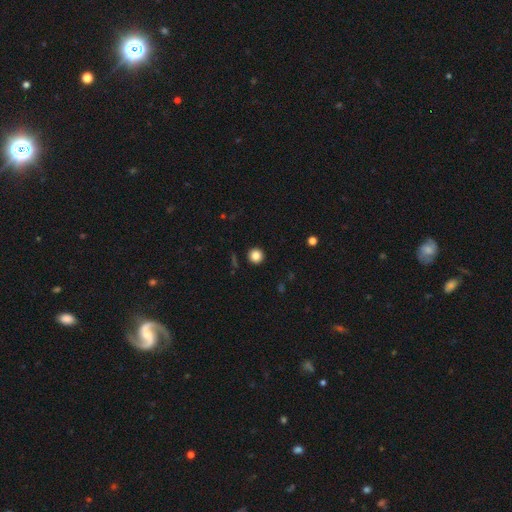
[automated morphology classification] type=smooth (85%); roundness=round (96%); merging=none (93%).